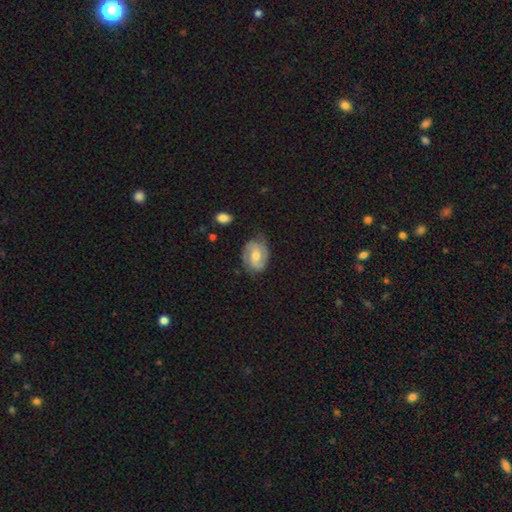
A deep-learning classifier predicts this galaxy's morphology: Q: Smooth or featured?
A: featured or disk (71%); runner-up: smooth (23%)
Q: Edge-on disk?
A: no (97%); runner-up: yes (3%)
Q: Bar?
A: weak (48%); runner-up: no (34%)
Q: Spiral arms?
A: yes (89%); runner-up: no (11%)
Q: Spiral winding?
A: medium (45%); runner-up: tight (36%)
Q: Spiral arm count?
A: 2 (81%); runner-up: can't tell (10%)
Q: Bulge size?
A: moderate (66%); runner-up: small (28%)
Q: Merging?
A: none (66%); runner-up: minor disturbance (25%)